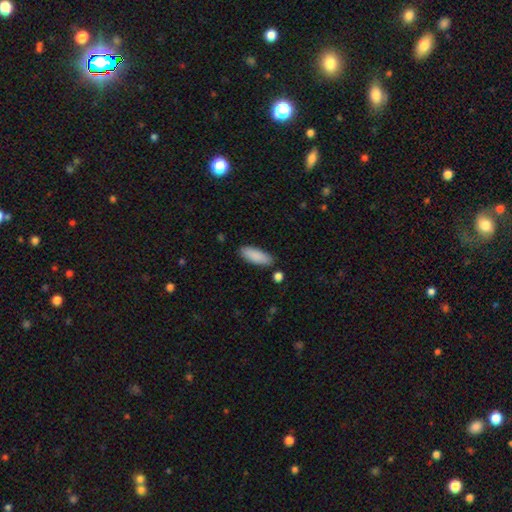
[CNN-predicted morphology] smooth_or_featured: smooth (p=0.89) [alt: star or artifact p=0.06]
how_rounded: in between (p=0.71) [alt: cigar-shaped p=0.27]
merging: none (p=0.83) [alt: minor disturbance p=0.12]